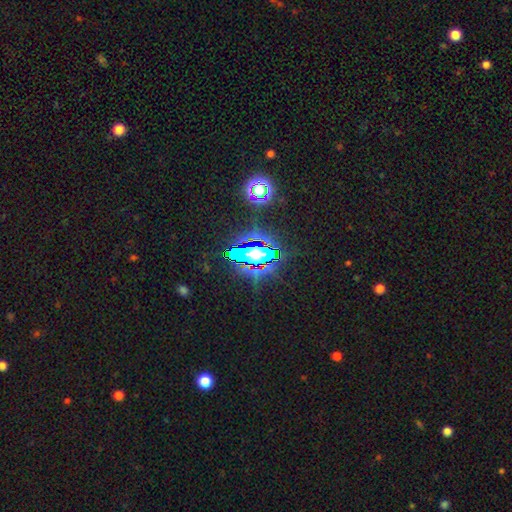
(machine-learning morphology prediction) Smooth or featured? star or artifact (67%)